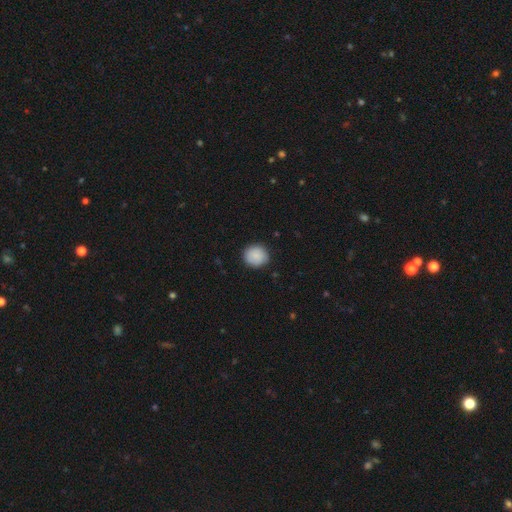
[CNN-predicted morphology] Smooth or featured: smooth — 89% (star or artifact — 7%)
How rounded: round — 90% (in between — 9%)
Merging: none — 88% (minor disturbance — 9%)